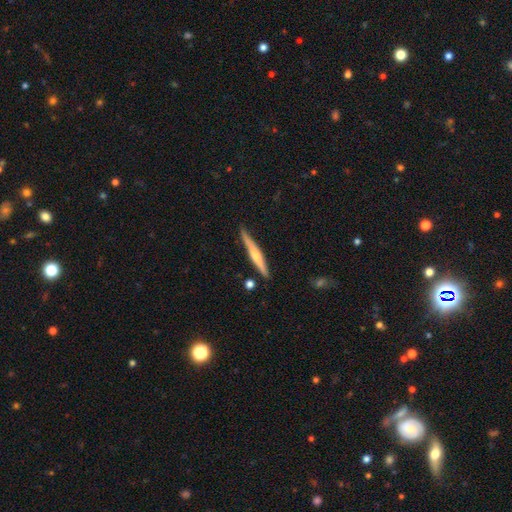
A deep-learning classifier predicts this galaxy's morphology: smooth_or_featured: featured or disk (p=0.53) [alt: smooth p=0.41]
disk_edge_on: yes (p=0.96) [alt: no p=0.04]
edge_on_bulge: rounded (p=0.67) [alt: none p=0.24]
merging: none (p=0.83) [alt: minor disturbance p=0.13]